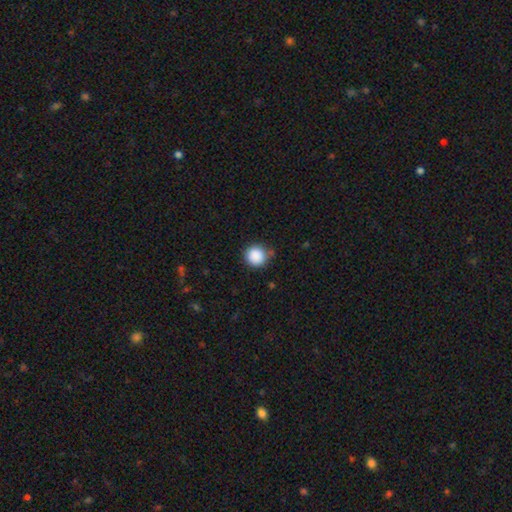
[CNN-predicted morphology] Smooth or featured: smooth — 88% (star or artifact — 9%)
How rounded: round — 94% (in between — 5%)
Merging: none — 82% (minor disturbance — 13%)